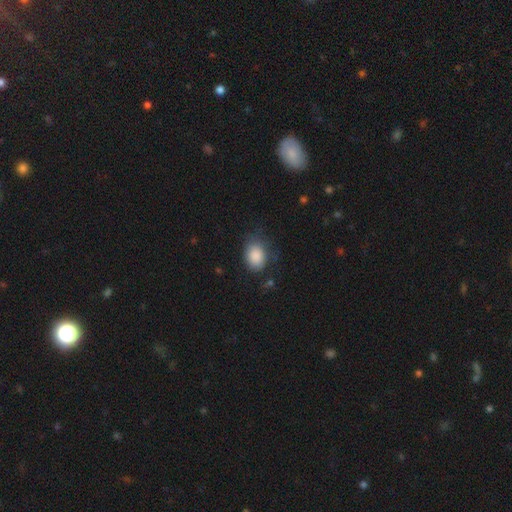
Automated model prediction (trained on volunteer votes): A smooth galaxy with no disk features (86%) that is in between round and cigar-shaped (65%). Merging: none (63%).